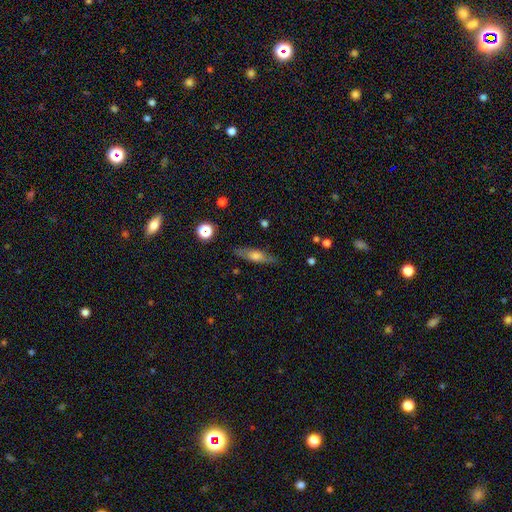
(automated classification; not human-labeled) A smooth galaxy with no disk features (48%). Merging: none (83%).